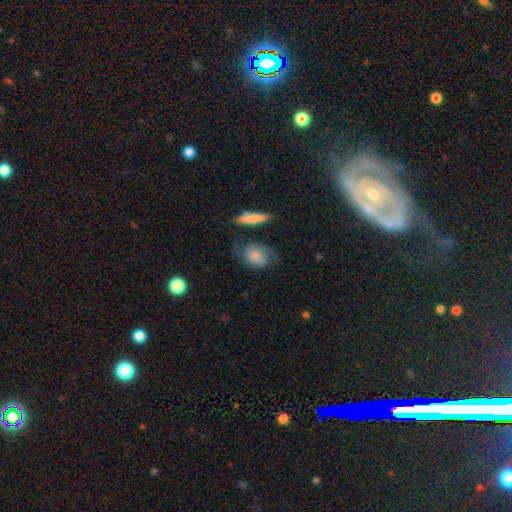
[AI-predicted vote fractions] A smooth galaxy with no disk features (64%) that is in between round and cigar-shaped (72%). Merging: none (54%).